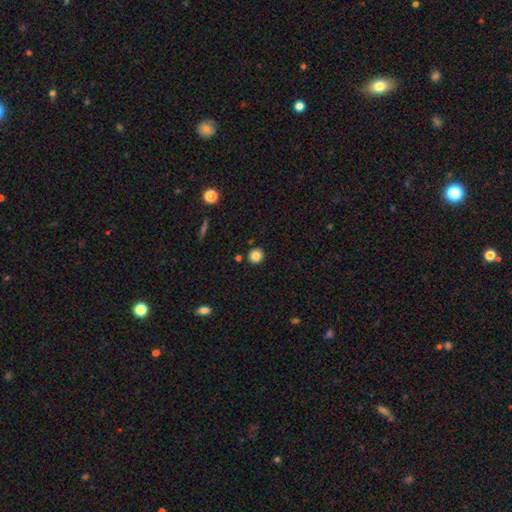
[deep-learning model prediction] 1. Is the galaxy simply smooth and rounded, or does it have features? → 83% smooth, 11% star or artifact, 7% featured or disk.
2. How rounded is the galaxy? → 89% round, 10% in between, 1% cigar-shaped.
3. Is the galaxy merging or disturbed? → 89% none, 6% minor disturbance, 3% merger, 2% major disturbance.